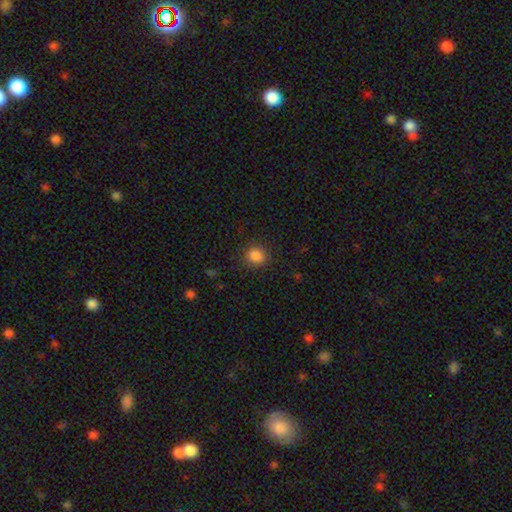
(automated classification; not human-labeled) Smooth or featured? smooth (86%)
How rounded? round (77%)
Merging? none (86%)